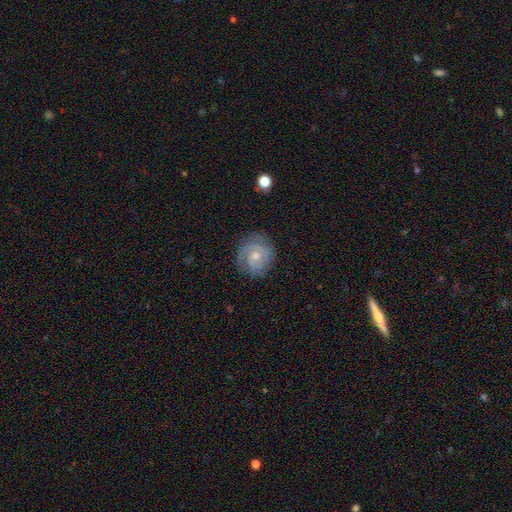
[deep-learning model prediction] Morphology: type=featured or disk (77%); edge-on=no (98%); bar=no (71%); spiral arms=yes (94%); winding=tight (66%); arm count=2 (47%); bulge=moderate (49%); merging=none (79%).